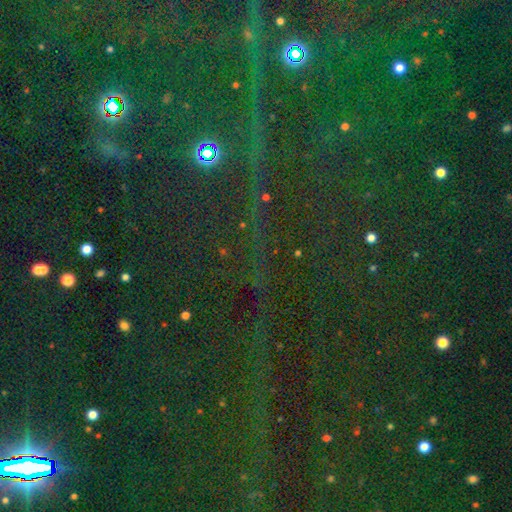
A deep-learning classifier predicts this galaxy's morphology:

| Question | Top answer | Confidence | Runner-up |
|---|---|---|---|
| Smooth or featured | star or artifact | 84% | smooth (9%) |